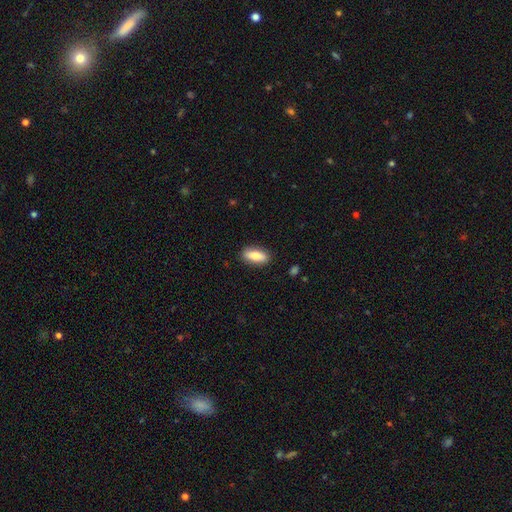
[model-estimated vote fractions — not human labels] Smooth or featured: smooth — 82% (featured or disk — 12%)
How rounded: in between — 77% (cigar-shaped — 20%)
Merging: none — 87% (minor disturbance — 9%)